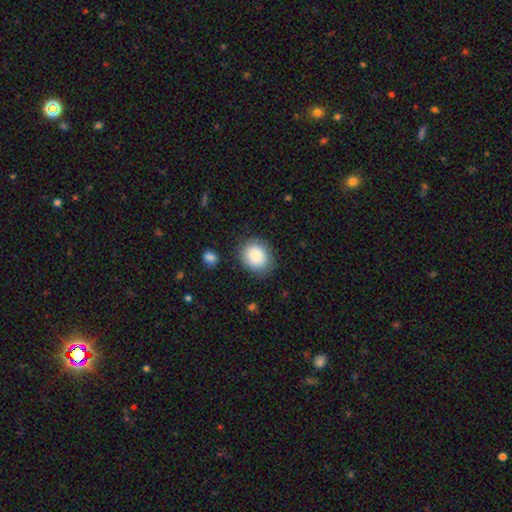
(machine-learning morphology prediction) Overall: smooth (86%). How rounded: round (66%; in between 33%). Merging: none (80%).